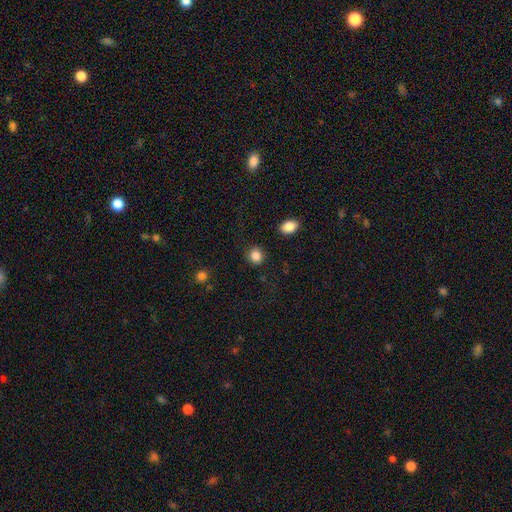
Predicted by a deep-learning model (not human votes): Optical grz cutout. It shows a smooth galaxy with no disk features (86%) that is round (75%). Merging: none (85%).